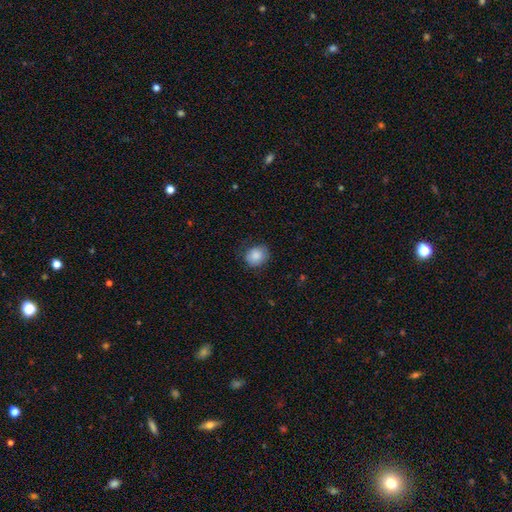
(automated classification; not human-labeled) Overall: smooth (86%). How rounded: round (68%; in between 31%). Merging: none (74%).